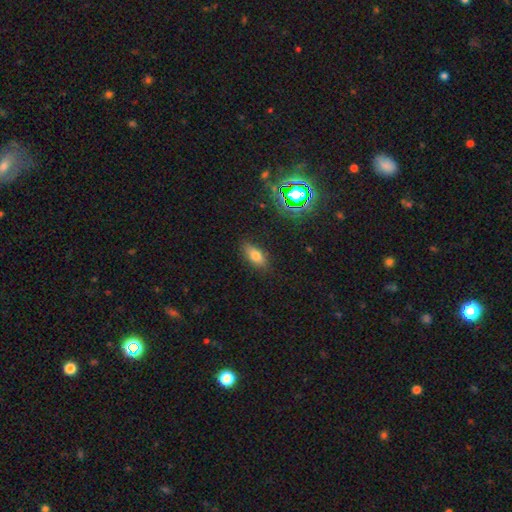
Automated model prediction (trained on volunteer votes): Smooth or featured? Predicted: smooth (p=0.74). How rounded? Predicted: in between (p=0.82). Merging? Predicted: none (p=0.85).